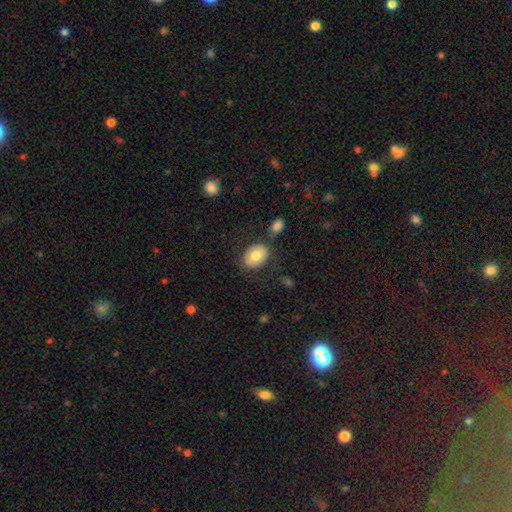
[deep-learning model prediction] Overall: smooth (78%). How rounded: in between (73%). Merging: none (76%).